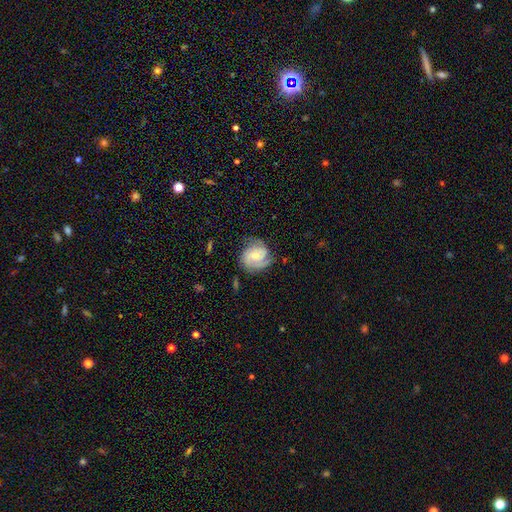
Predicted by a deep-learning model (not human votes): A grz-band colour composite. It shows a featured or disk galaxy (77%) with no bar (60%), 3 (36%) tight (53%) spiral arms (96%) and a small central bulge (56%). Merging: none (69%).